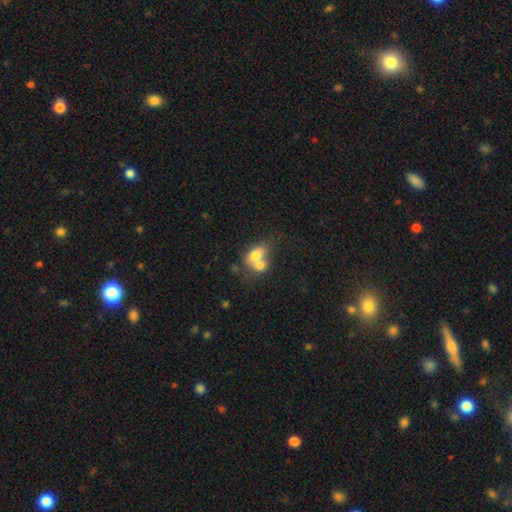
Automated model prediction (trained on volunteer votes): Q: Smooth or featured?
A: smooth (70%); runner-up: featured or disk (21%)
Q: How rounded?
A: in between (69%); runner-up: round (30%)
Q: Merging?
A: merger (70%); runner-up: none (18%)